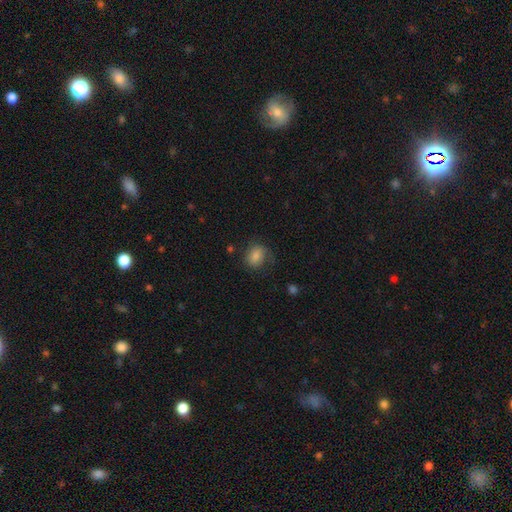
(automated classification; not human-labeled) Smooth or featured? Predicted: smooth (p=0.67). How rounded? Predicted: round (p=0.55). Merging? Predicted: none (p=0.63).